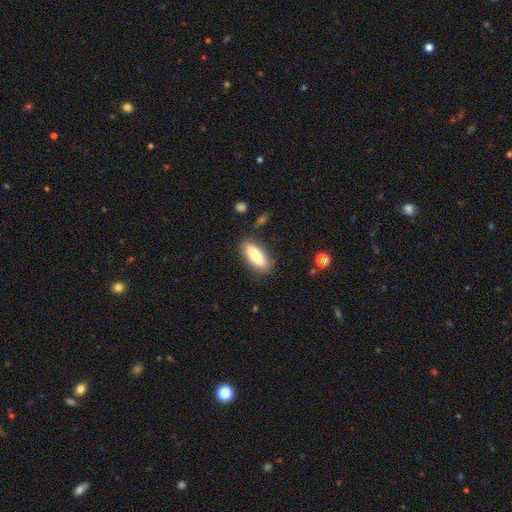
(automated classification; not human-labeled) Morphology: type=smooth (78%); roundness=in between (69%); merging=none (83%).